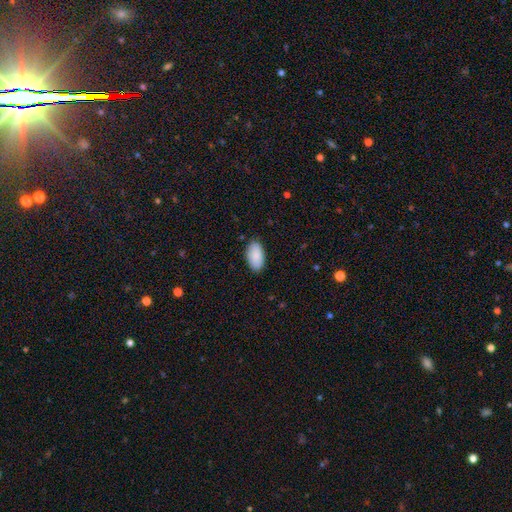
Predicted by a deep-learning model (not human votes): Smooth or featured? smooth (89%)
How rounded? in between (96%)
Merging? none (87%)